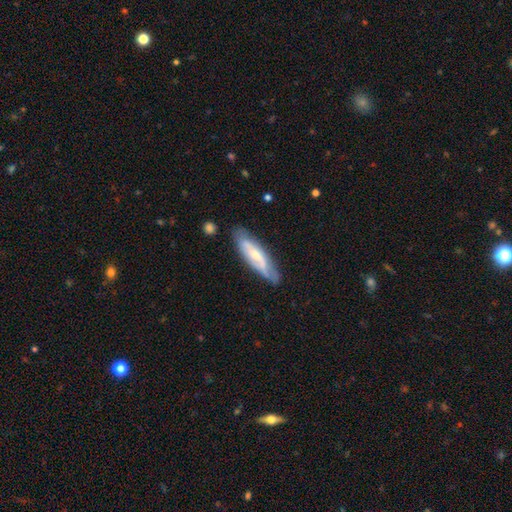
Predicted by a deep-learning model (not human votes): Smooth or featured? featured or disk (58%)
Edge-on disk? no (65%)
Merging? none (72%)